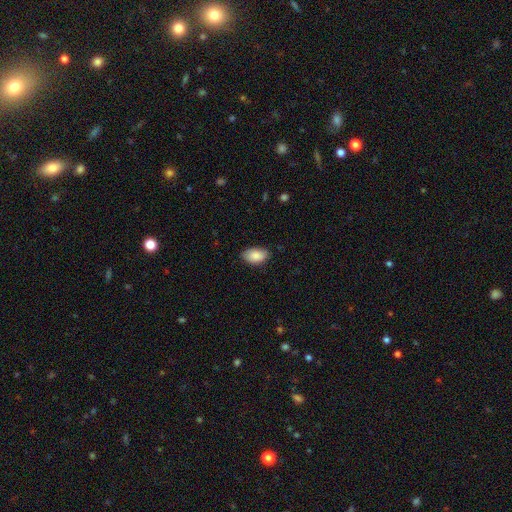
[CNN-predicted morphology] This appears to be a smooth galaxy with no disk features (88%) that is in between round and cigar-shaped (93%). Merging: none (82%).